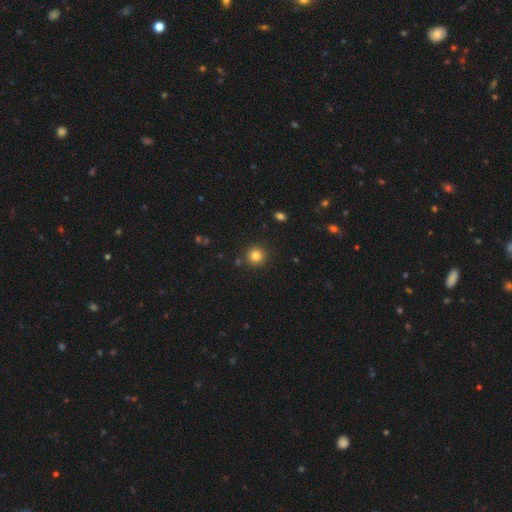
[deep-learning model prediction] smooth 81%, star or artifact 12%, featured or disk 6%. Down the decision tree: how rounded — round (94%); merging — none (89%).